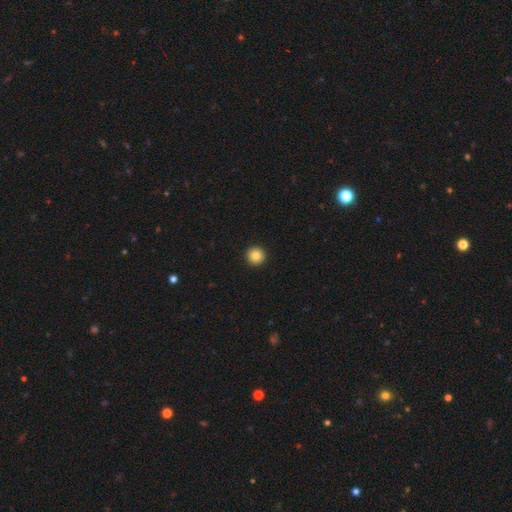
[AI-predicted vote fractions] A smooth galaxy with no disk features (85%) that is round (96%). Merging: none (94%).